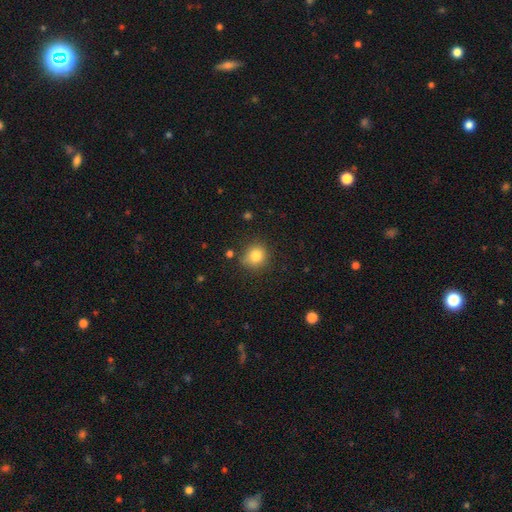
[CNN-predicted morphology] This is clearly a smooth galaxy (82%). How rounded: clearly round (87%). Merging: likely none (79%).